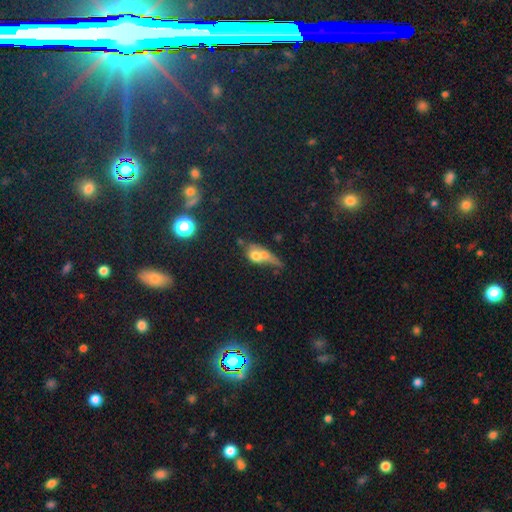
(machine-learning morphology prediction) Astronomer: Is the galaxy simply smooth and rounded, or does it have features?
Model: smooth — 57%.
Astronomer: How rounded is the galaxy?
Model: in between — 49% (runner-up: round, 39%).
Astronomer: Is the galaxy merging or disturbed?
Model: merger — 58%.